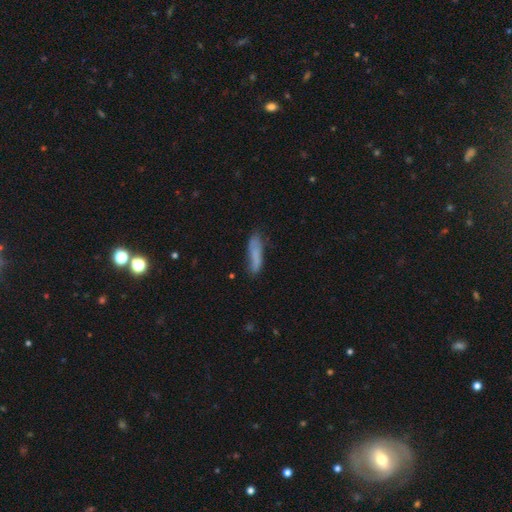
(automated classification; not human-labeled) A smooth galaxy with no disk features (74%) that is cigar-shaped (66%). Merging: none (64%).